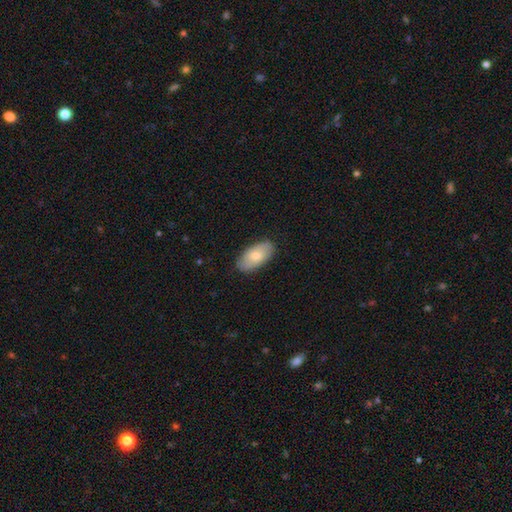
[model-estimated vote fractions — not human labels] Q: Smooth or featured?
A: smooth (72%); runner-up: featured or disk (23%)
Q: How rounded?
A: in between (94%); runner-up: round (3%)
Q: Merging?
A: none (84%); runner-up: minor disturbance (13%)